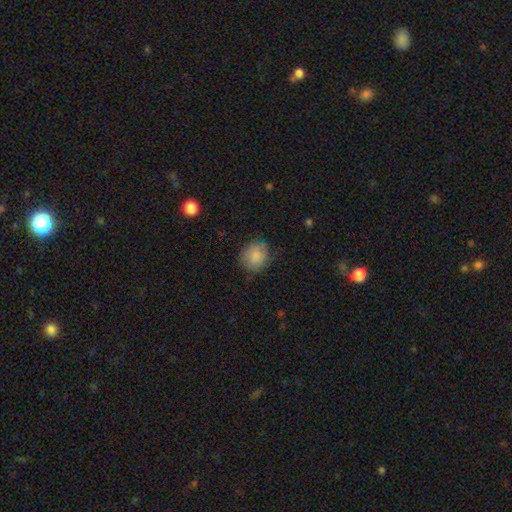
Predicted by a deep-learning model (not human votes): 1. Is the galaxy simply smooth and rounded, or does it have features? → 84% smooth, 8% featured or disk, 8% star or artifact.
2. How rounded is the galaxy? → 80% round, 19% in between, 1% cigar-shaped.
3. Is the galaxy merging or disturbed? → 78% none, 16% minor disturbance, 4% major disturbance, 1% merger.